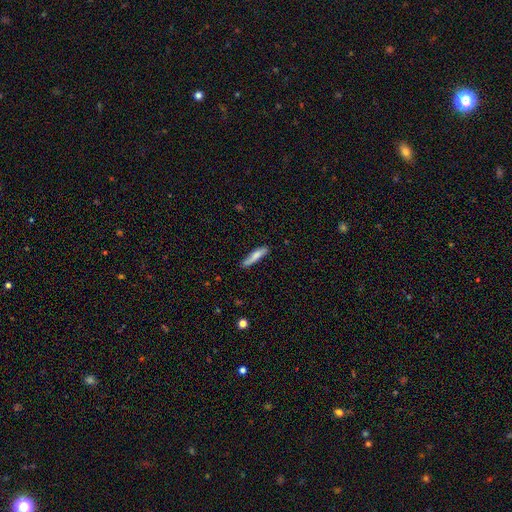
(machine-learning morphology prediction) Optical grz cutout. It shows a smooth galaxy with no disk features (76%) that is cigar-shaped (85%). Merging: none (77%).